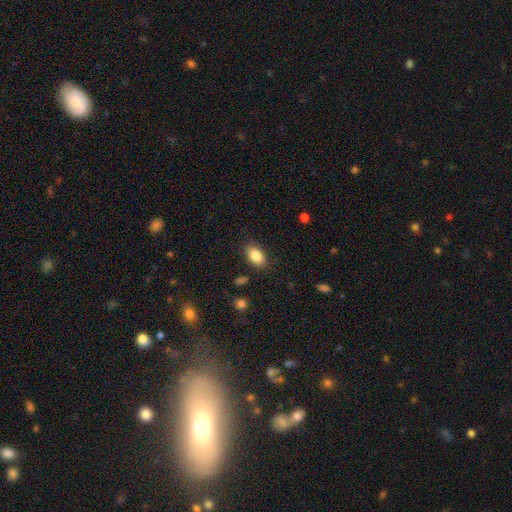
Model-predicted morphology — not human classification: A smooth galaxy with no disk features (85%) that is in between round and cigar-shaped (89%).

Vote fractions:
- Smooth or featured? smooth: 85% / star or artifact: 8% / featured or disk: 7%
- How rounded? in between: 89% / round: 9% / cigar-shaped: 2%
- Merging? none: 84% / minor disturbance: 11% / major disturbance: 3% / merger: 2%